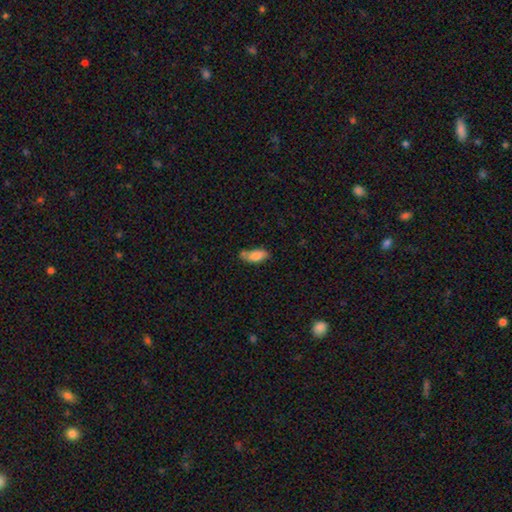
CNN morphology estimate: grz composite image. It shows a smooth galaxy with no disk features (80%) that is in between round and cigar-shaped (80%). Merging: none (55%).